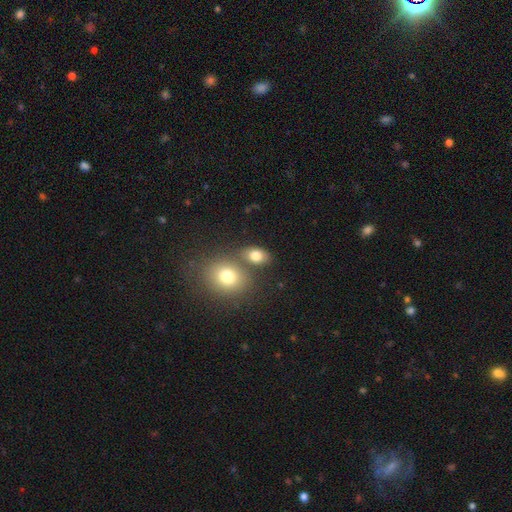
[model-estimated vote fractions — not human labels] This is likely a smooth galaxy (79%). How rounded: likely in between (71%). Merging: possibly none (59%).